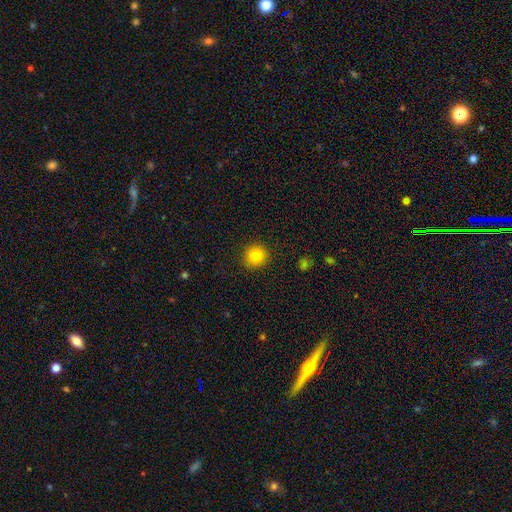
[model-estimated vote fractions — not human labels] The model was most divided on "smooth or featured": smooth: 82%, star or artifact: 11%, featured or disk: 6%. More confident: how rounded — round (92%); merging — none (92%).